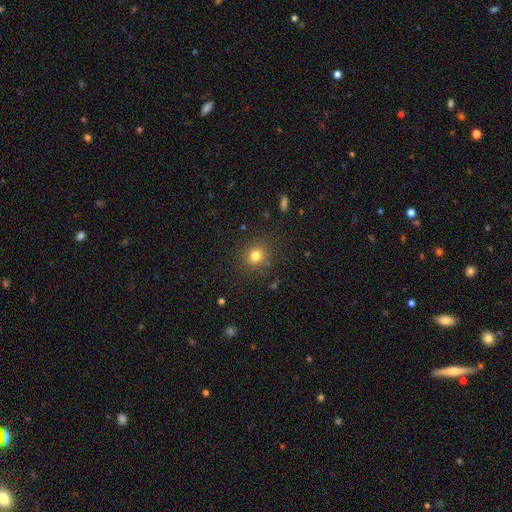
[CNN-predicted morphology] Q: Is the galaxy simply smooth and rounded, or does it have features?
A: smooth — 78%.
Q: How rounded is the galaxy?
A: round — 83%.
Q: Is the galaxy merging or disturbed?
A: none — 85%.